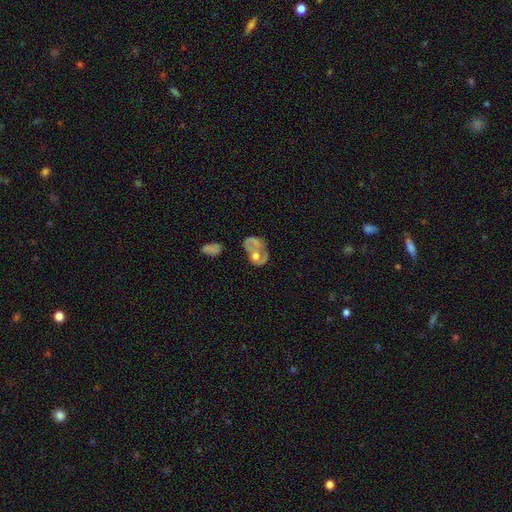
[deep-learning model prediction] Smooth or featured?
  - featured or disk: 51% *
  - smooth: 40%
  - star or artifact: 9%
Edge-on disk?
  - no: 96% *
  - yes: 4%
Merging?
  - major disturbance: 32% *
  - none: 28%
  - merger: 22%
  - minor disturbance: 19%